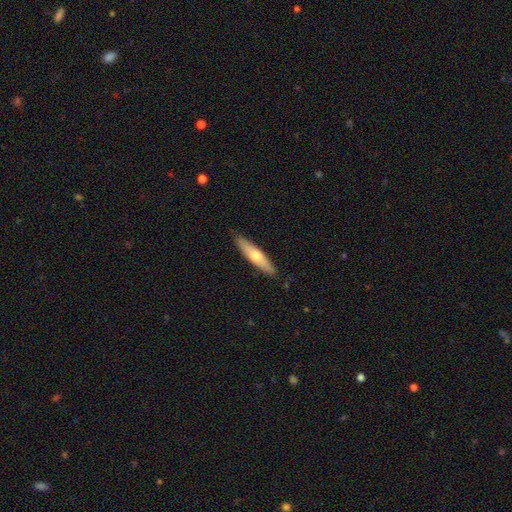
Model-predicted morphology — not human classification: Smooth or featured? Predicted: smooth (p=0.56). How rounded? Predicted: cigar-shaped (p=0.80). Merging? Predicted: none (p=0.88).